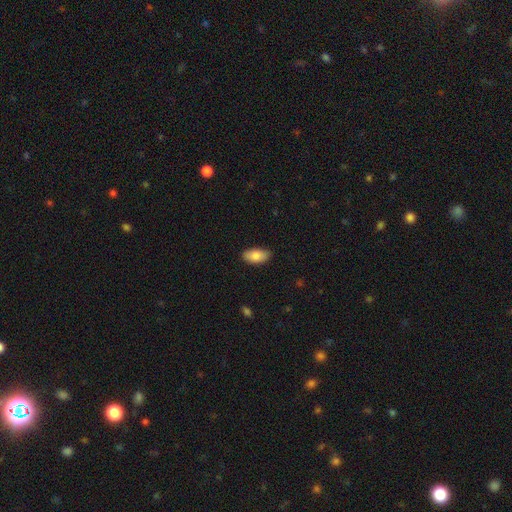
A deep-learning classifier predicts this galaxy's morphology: Q: Smooth or featured?
A: smooth (83%); runner-up: featured or disk (10%)
Q: How rounded?
A: in between (93%); runner-up: cigar-shaped (4%)
Q: Merging?
A: none (84%); runner-up: minor disturbance (13%)